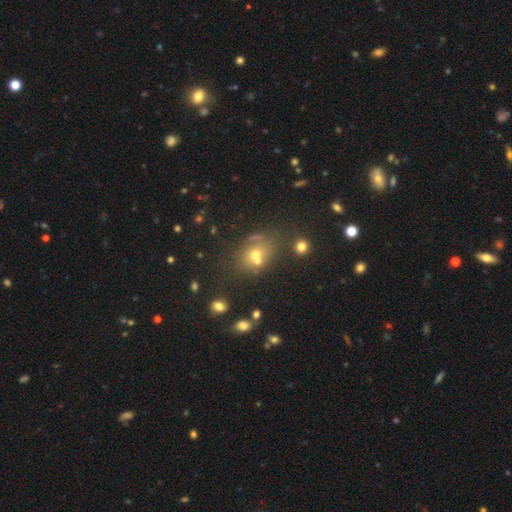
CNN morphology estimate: Smooth or featured? smooth (60%)
How rounded? round (57%)
Merging? none (45%)